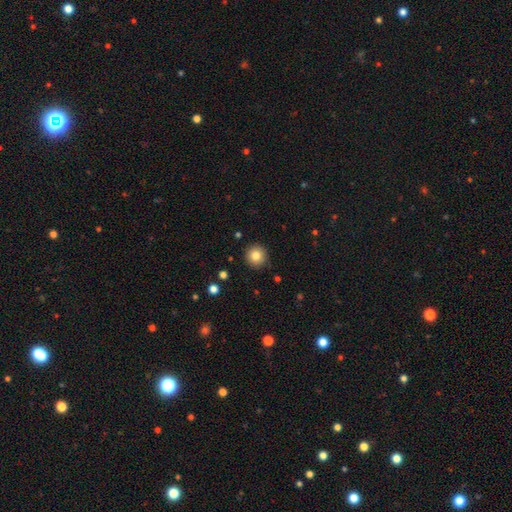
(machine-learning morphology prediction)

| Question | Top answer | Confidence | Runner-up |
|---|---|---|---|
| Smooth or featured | smooth | 82% | star or artifact (10%) |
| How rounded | round | 95% | in between (4%) |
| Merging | none | 92% | minor disturbance (5%) |